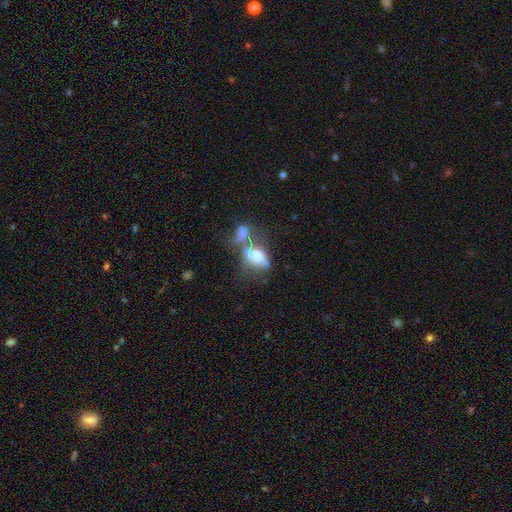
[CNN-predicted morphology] Smooth or featured: smooth — 55% (featured or disk — 35%)
How rounded: in between — 86% (round — 10%)
Merging: merger — 51% (major disturbance — 20%)